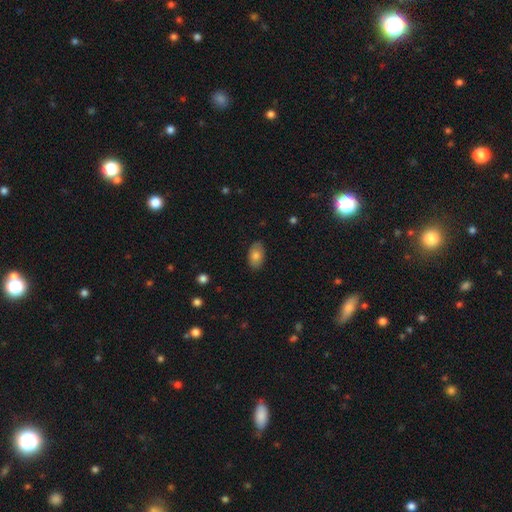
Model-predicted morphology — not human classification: smooth_or_featured: smooth (p=0.80) [alt: featured or disk p=0.13]
how_rounded: in between (p=0.92) [alt: round p=0.06]
merging: none (p=0.85) [alt: minor disturbance p=0.12]